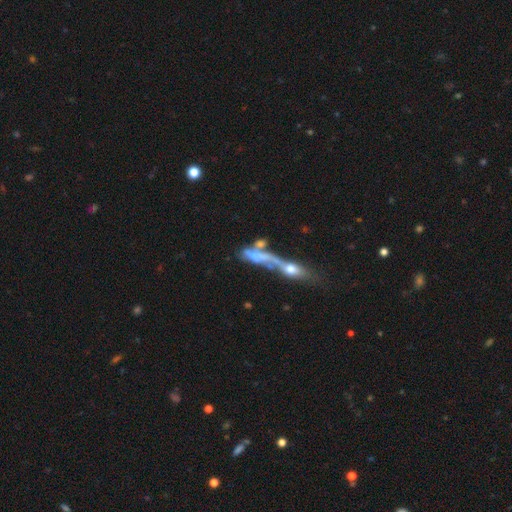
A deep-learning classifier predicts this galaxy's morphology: Smooth or featured: featured or disk — 48% (smooth — 40%)
Merging: merger — 53% (major disturbance — 19%)